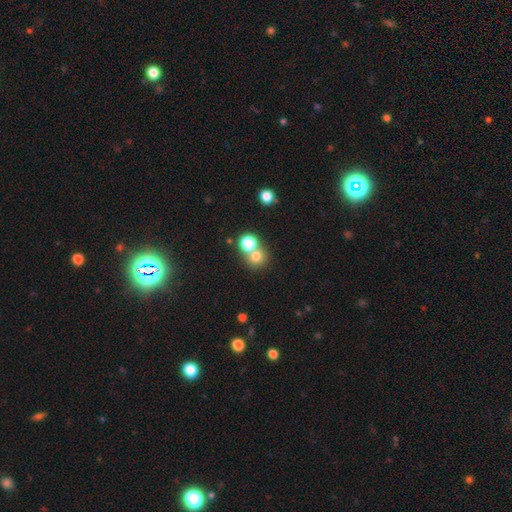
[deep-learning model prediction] This is likely a smooth galaxy (74%). How rounded: clearly round (86%). Merging: possibly none (48%).